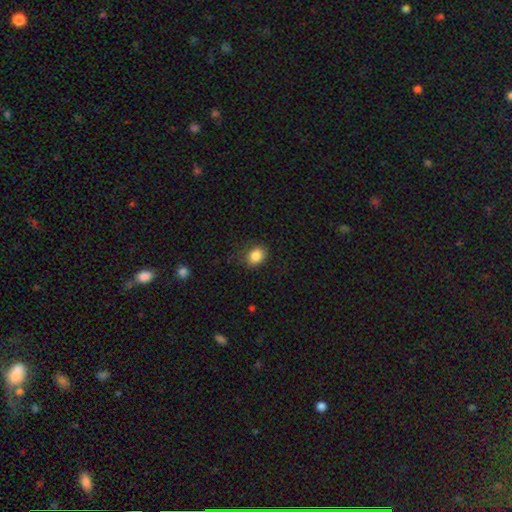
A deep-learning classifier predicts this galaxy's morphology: A smooth galaxy with no disk features (85%) that is in between round and cigar-shaped (59%). Merging: none (74%).